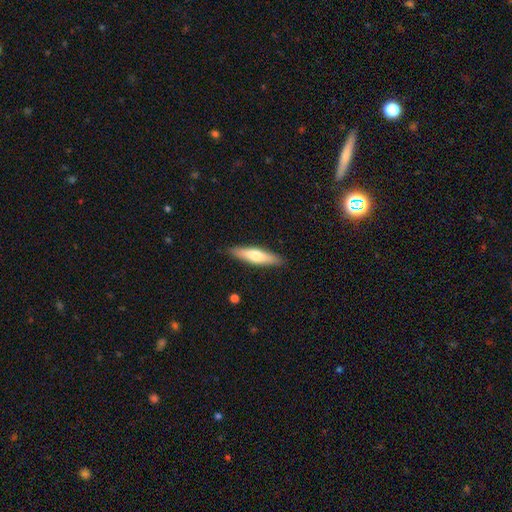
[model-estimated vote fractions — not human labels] Smooth or featured? smooth (61%)
How rounded? cigar-shaped (76%)
Merging? none (89%)